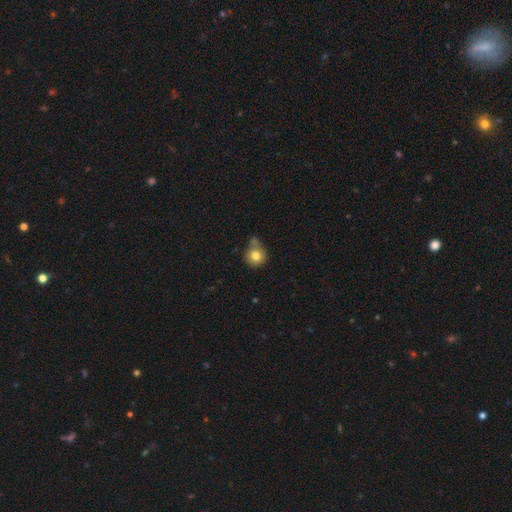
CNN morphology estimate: This is likely a smooth galaxy (79%). How rounded: clearly round (86%). Merging: possibly none (49%).